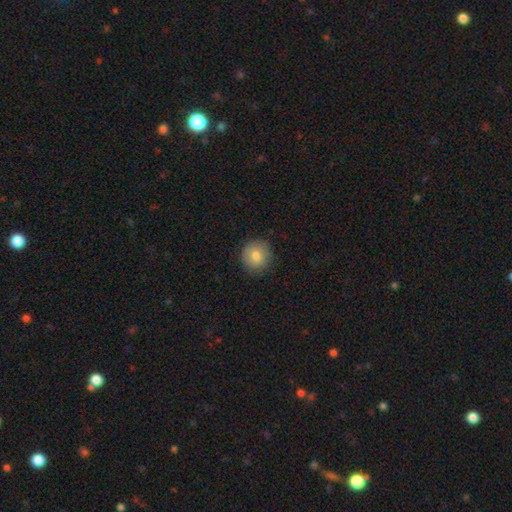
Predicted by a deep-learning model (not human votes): Smooth or featured? Predicted: smooth (p=0.80). How rounded? Predicted: round (p=0.93). Merging? Predicted: none (p=0.88).